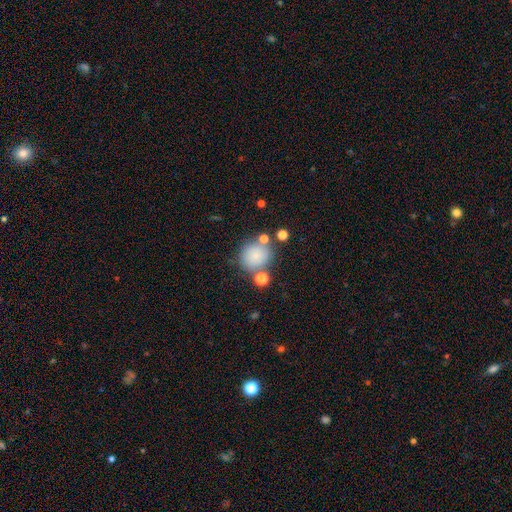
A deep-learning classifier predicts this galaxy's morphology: Smooth or featured? smooth (79%)
How rounded? round (87%)
Merging? none (71%)